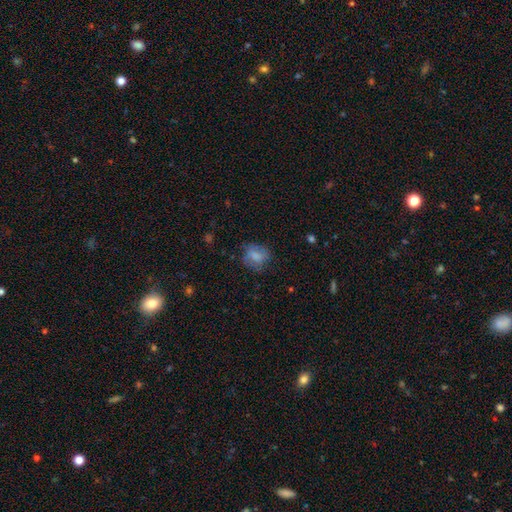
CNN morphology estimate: A smooth galaxy with no disk features (71%) that is round (60%). Merging: none (63%).